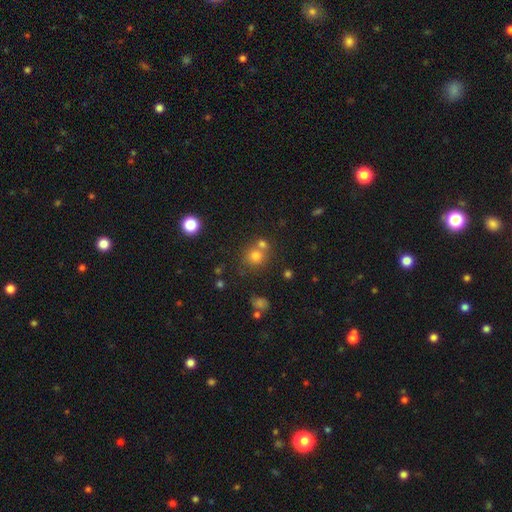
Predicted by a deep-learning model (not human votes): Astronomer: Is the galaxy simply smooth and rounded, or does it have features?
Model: smooth — 74%.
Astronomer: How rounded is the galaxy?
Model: round — 85%.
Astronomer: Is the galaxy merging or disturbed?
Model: none — 52% (runner-up: merger, 35%).